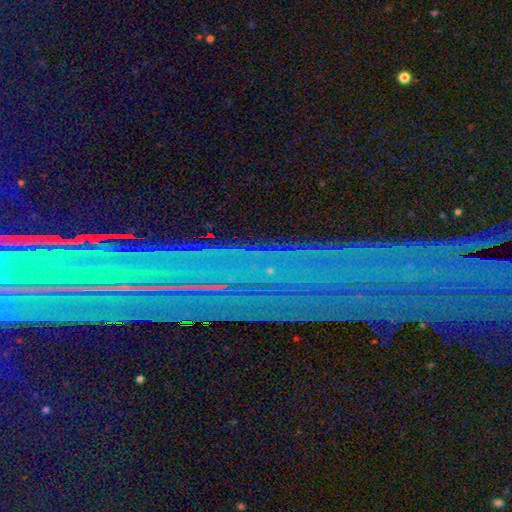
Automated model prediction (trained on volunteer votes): This appears to be a star or artifact, not a galaxy (81%).